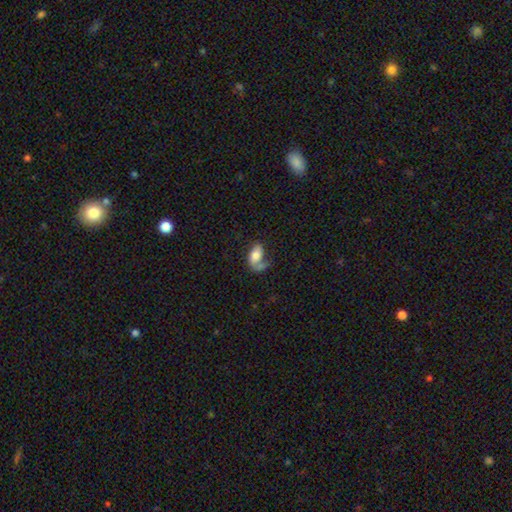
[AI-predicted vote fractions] Smooth or featured?
  - smooth: 67% *
  - featured or disk: 26%
  - star or artifact: 8%
How rounded?
  - in between: 91% *
  - round: 6%
  - cigar-shaped: 3%
Merging?
  - none: 34% *
  - merger: 26%
  - major disturbance: 22%
  - minor disturbance: 18%